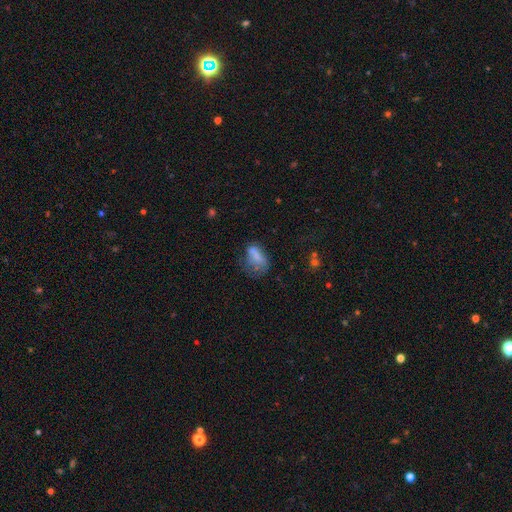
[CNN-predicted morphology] smooth-or-featured: smooth: 65% | featured or disk: 22% | star or artifact: 13%
  how-rounded: in between: 79% | round: 14% | cigar-shaped: 7%
  merging: none: 33% | major disturbance: 30% | minor disturbance: 27% | merger: 10%